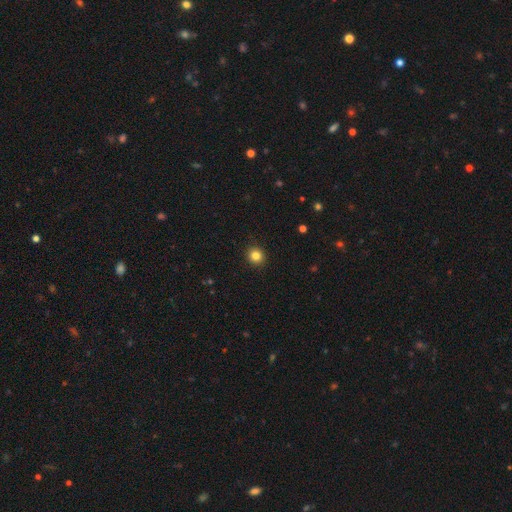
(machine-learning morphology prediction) Smooth or featured? smooth (83%)
How rounded? round (90%)
Merging? none (92%)